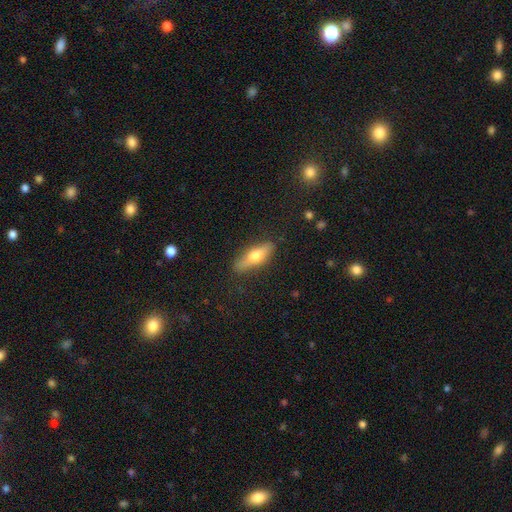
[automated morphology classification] A smooth galaxy with no disk features (53%) that is cigar-shaped (55%). Merging: none (84%).